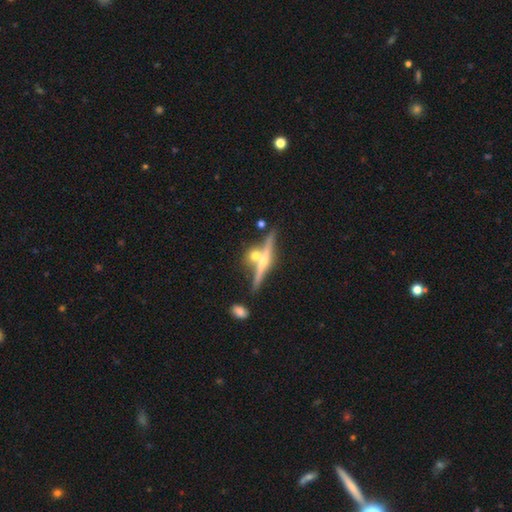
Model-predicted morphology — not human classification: featured or disk 69%, smooth 23%, star or artifact 8%. Down the decision tree: edge-on disk — yes (93%); edge-on bulge — rounded (86%); merging — none (62%).